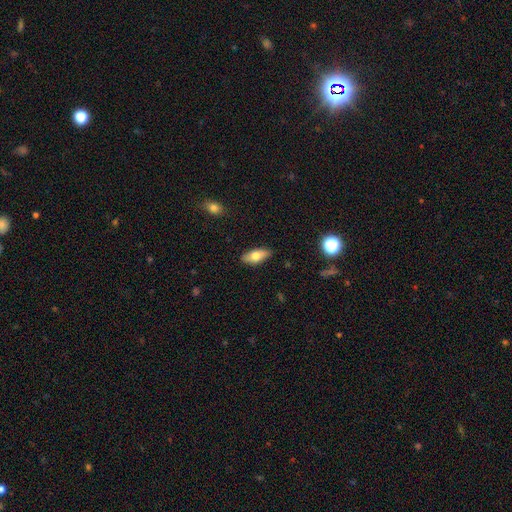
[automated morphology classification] Smooth or featured?
  - smooth: 69% *
  - featured or disk: 24%
  - star or artifact: 7%
How rounded?
  - in between: 82% *
  - cigar-shaped: 15%
  - round: 3%
Merging?
  - none: 86% *
  - minor disturbance: 11%
  - major disturbance: 2%
  - merger: 1%